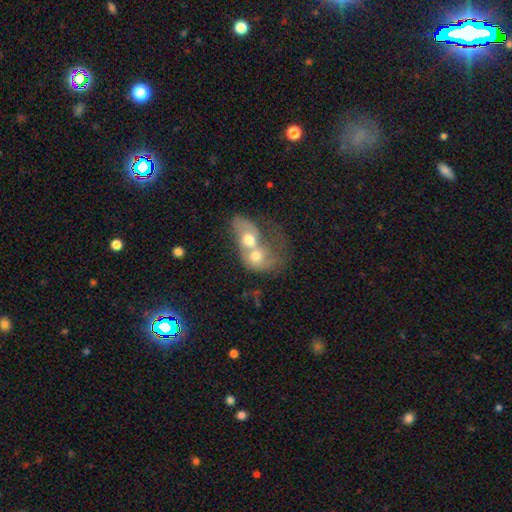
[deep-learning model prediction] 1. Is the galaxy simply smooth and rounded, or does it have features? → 49% smooth, 42% featured or disk, 9% star or artifact.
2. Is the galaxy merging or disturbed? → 84% merger, 7% major disturbance, 6% none, 3% minor disturbance.